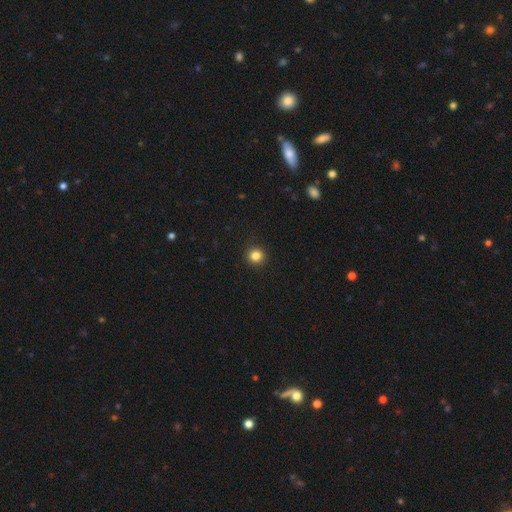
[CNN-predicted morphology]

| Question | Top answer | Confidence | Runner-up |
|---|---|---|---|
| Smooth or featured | smooth | 83% | star or artifact (12%) |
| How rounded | round | 94% | in between (5%) |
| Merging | none | 93% | minor disturbance (5%) |